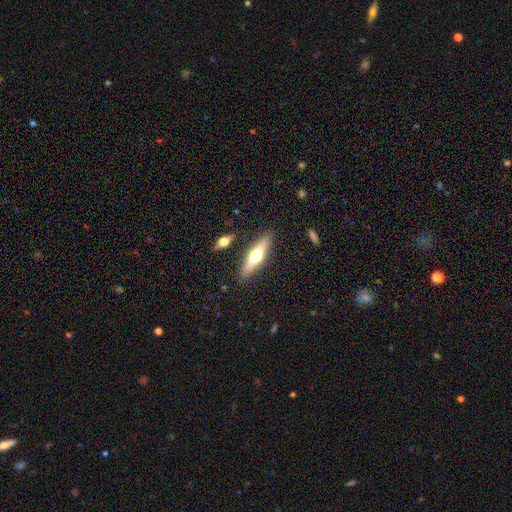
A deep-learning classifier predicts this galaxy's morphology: This appears to be a featured or disk galaxy (55%) viewed edge-on (93%) with a rounded central bulge (94%). Merging: none (85%).